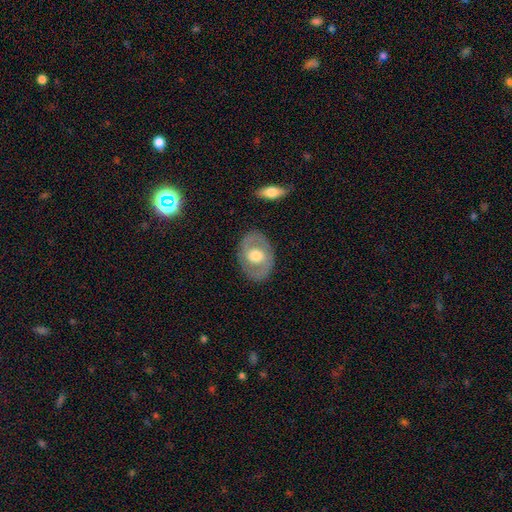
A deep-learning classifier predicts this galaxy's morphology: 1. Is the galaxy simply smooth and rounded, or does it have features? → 57% featured or disk, 37% smooth, 6% star or artifact.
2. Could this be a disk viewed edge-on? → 94% no, 6% yes.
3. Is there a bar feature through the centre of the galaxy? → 63% no, 28% weak, 9% strong.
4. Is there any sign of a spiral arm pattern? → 54% no, 46% yes.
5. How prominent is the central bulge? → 63% moderate, 27% large, 7% small, 2% dominant, 1% none.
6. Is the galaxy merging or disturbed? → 84% none, 11% minor disturbance, 4% major disturbance, 1% merger.